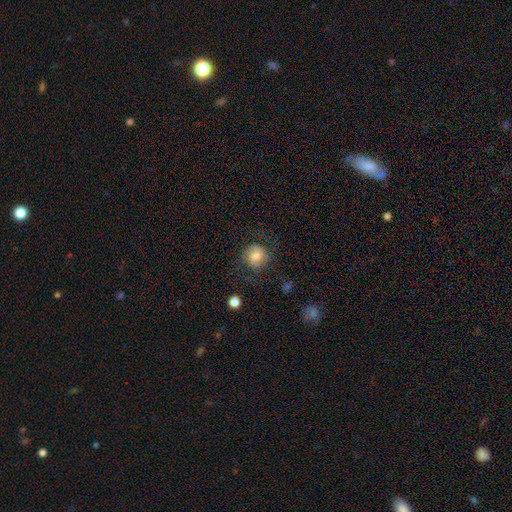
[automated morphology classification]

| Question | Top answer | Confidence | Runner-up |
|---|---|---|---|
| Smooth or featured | smooth | 53% | featured or disk (37%) |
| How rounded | round | 75% | in between (24%) |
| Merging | none | 66% | minor disturbance (19%) |